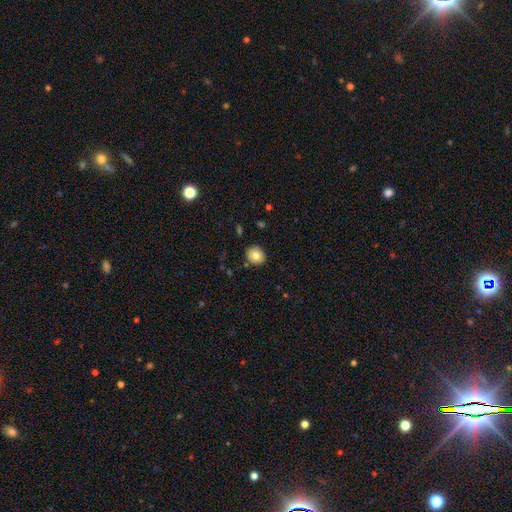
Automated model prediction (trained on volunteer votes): Overall: smooth (81%). How rounded: round (73%). Merging: none (87%).